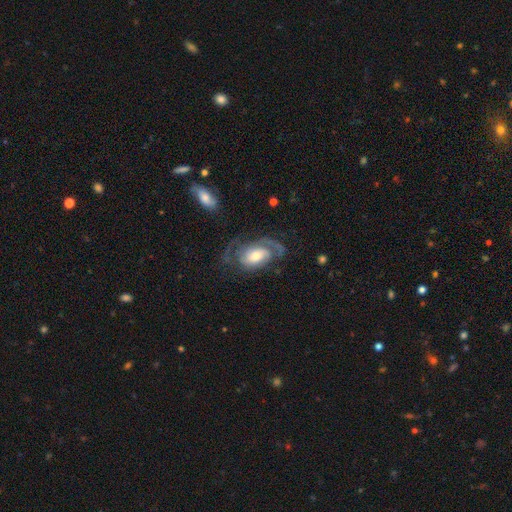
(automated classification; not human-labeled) A featured or disk galaxy (78%) with no bar (58%), 2 (59%) medium (45%) spiral arms (93%) and a moderate central bulge (54%).

Vote fractions:
- Smooth or featured? featured or disk: 78% / smooth: 16% / star or artifact: 6%
- Edge-on disk? no: 96% / yes: 4%
- Bar? no: 58% / weak: 33% / strong: 10%
- Spiral arms? yes: 93% / no: 7%
- Spiral winding? medium: 45% / tight: 34% / loose: 21%
- Spiral arm count? 2: 59% / can't tell: 16% / 1: 12% / 3: 8% / 4: 3% / more than 4: 2%
- Bulge size? moderate: 54% / large: 21% / small: 21% / dominant: 2% / none: 2%
- Merging? none: 57% / major disturbance: 22% / minor disturbance: 19% / merger: 2%